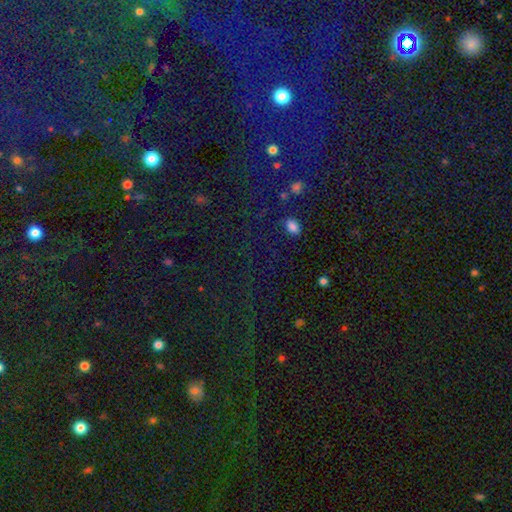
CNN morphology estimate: star or artifact 75%, smooth 16%, featured or disk 9%.